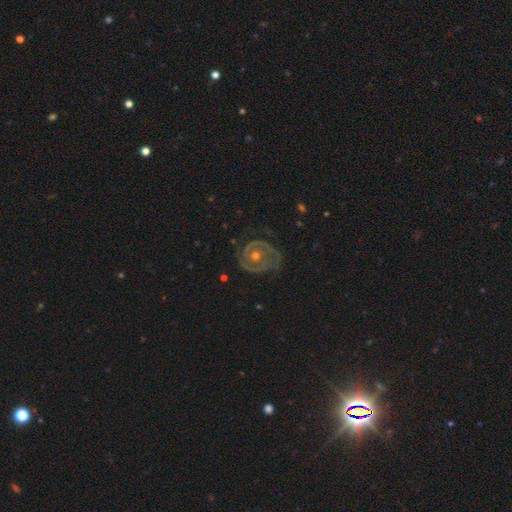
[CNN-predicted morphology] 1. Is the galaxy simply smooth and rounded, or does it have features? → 82% featured or disk, 11% smooth, 7% star or artifact.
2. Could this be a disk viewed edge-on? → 97% no, 3% yes.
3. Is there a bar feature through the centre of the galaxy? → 76% no, 19% weak, 6% strong.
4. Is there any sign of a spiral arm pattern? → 82% yes, 18% no.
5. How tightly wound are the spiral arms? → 64% tight, 29% medium, 7% loose.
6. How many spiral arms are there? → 62% 2, 16% can't tell, 11% 1, 6% 3, 2% 4, 2% more than 4.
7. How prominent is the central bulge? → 69% moderate, 24% small, 4% large, 1% none, 1% dominant.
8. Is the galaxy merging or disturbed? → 76% none, 15% minor disturbance, 7% major disturbance, 2% merger.